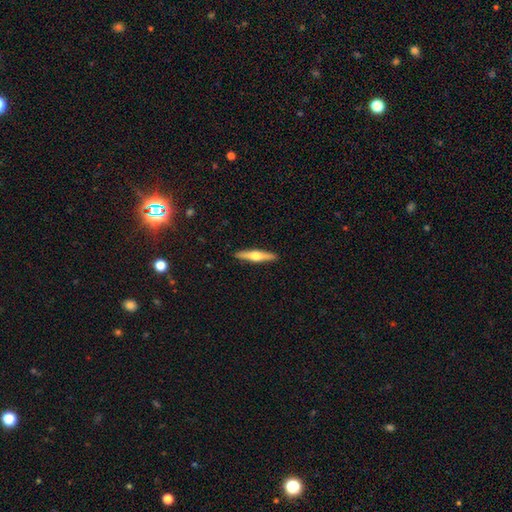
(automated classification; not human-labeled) Smooth or featured? Predicted: featured or disk (p=0.60). Edge-on disk? Predicted: yes (p=0.97). Edge-on bulge? Predicted: rounded (p=0.93). Merging? Predicted: none (p=0.91).